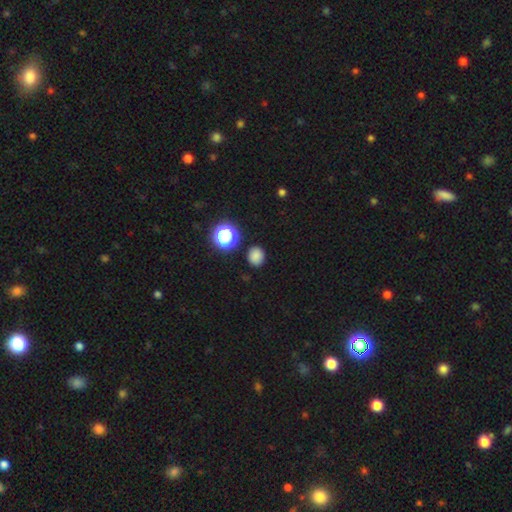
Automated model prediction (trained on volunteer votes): This appears to be a smooth galaxy with no disk features (81%) that is round (70%). Merging: none (87%).